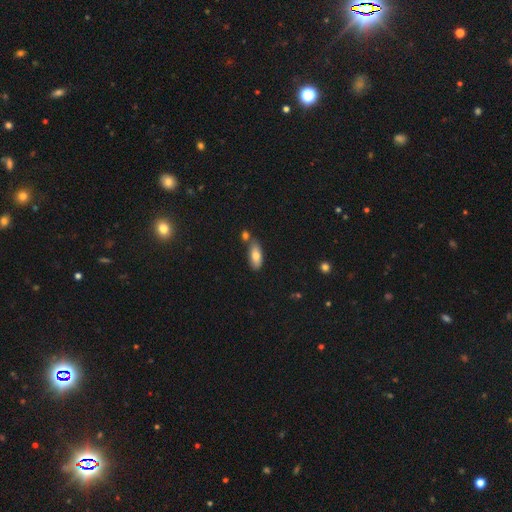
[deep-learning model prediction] Overall: smooth (75%). How rounded: in between (81%). Merging: none (65%).